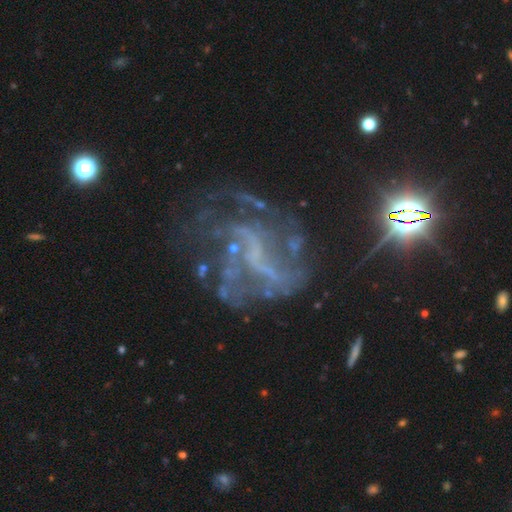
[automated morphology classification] smooth-or-featured: featured or disk: 72% | star or artifact: 20% | smooth: 8%
  disk-edge-on: no: 97% | yes: 3%
    bar: no: 38% | weak: 36% | strong: 26%
    has-spiral-arms: yes: 72% | no: 28%
      spiral-winding: loose: 45% | medium: 36% | tight: 19%
      spiral-arm-count: can't tell: 38% | 2: 25% | 3: 15% | 1: 8% | 4: 8% | more than 4: 6%
    bulge-size: none: 65% | small: 25% | moderate: 8% | large: 2% | dominant: 1%
  merging: none: 44% | major disturbance: 34% | minor disturbance: 17% | merger: 5%